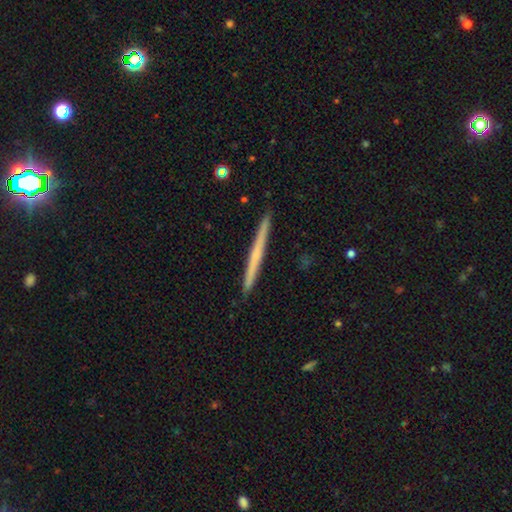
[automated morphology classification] Smooth or featured? Predicted: featured or disk (p=0.51). Edge-on disk? Predicted: yes (p=0.98). Edge-on bulge? Predicted: none (p=0.83). Merging? Predicted: none (p=0.92).